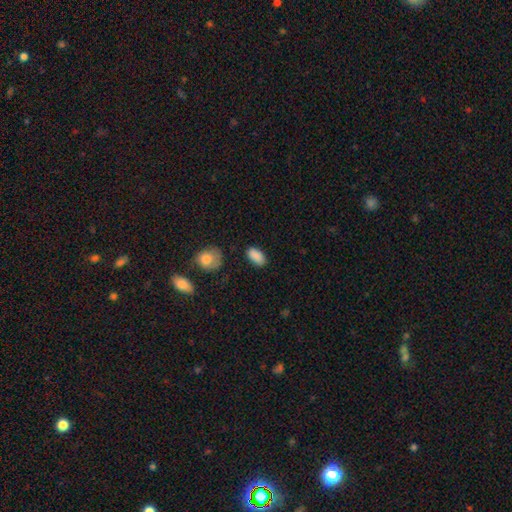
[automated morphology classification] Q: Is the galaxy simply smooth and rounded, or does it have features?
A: smooth — 89%.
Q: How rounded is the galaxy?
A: in between — 93%.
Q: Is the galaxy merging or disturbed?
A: none — 83%.